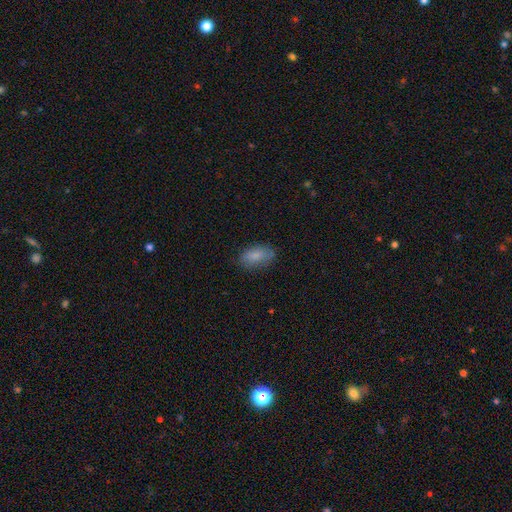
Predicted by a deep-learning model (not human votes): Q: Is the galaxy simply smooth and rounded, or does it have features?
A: smooth — 83%.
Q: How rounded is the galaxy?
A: in between — 91%.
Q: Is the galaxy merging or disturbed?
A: none — 78%.